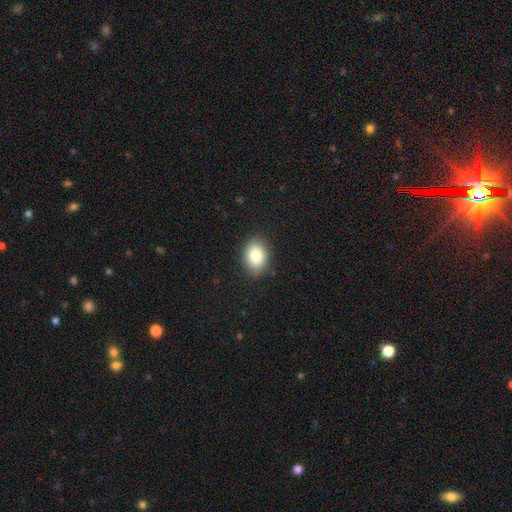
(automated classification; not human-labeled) smooth_or_featured: smooth (p=0.83) [alt: featured or disk p=0.09]
how_rounded: in between (p=0.70) [alt: round p=0.29]
merging: none (p=0.87) [alt: minor disturbance p=0.10]